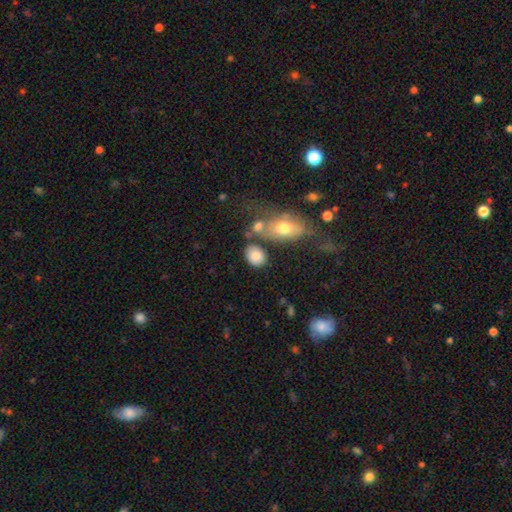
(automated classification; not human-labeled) A smooth galaxy with no disk features (82%) that is in between round and cigar-shaped (69%).

Vote fractions:
- Smooth or featured? smooth: 82% / featured or disk: 9% / star or artifact: 9%
- How rounded? in between: 69% / round: 29% / cigar-shaped: 2%
- Merging? none: 61% / merger: 17% / minor disturbance: 16% / major disturbance: 7%